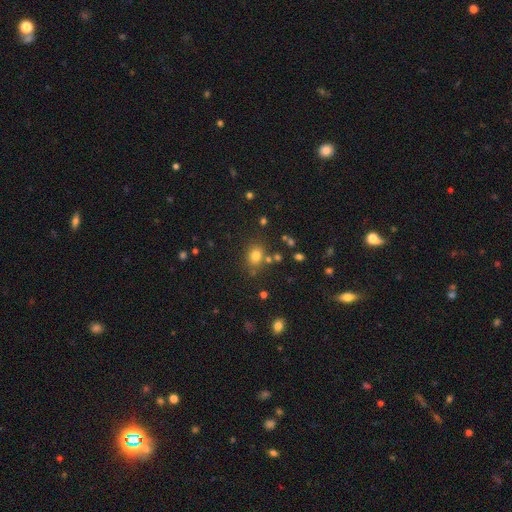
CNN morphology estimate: Smooth or featured: smooth — 78% (star or artifact — 15%)
How rounded: round — 54% (in between — 45%)
Merging: none — 75% (minor disturbance — 12%)